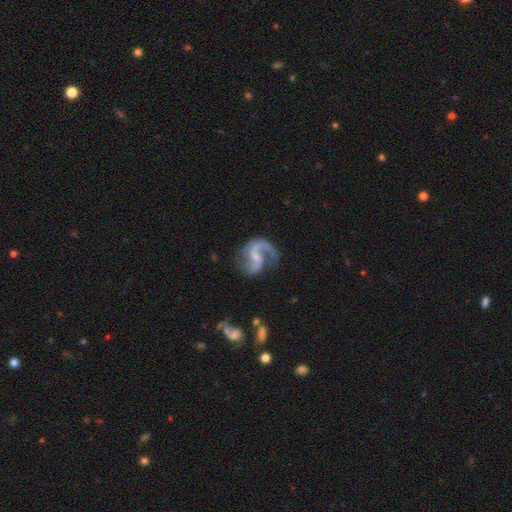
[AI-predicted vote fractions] Smooth or featured? featured or disk (89%)
Edge-on disk? no (98%)
Bar? weak (48%)
Spiral arms? yes (97%)
Spiral winding? medium (46%)
Spiral arm count? 2 (84%)
Bulge size? small (60%)
Merging? none (63%)